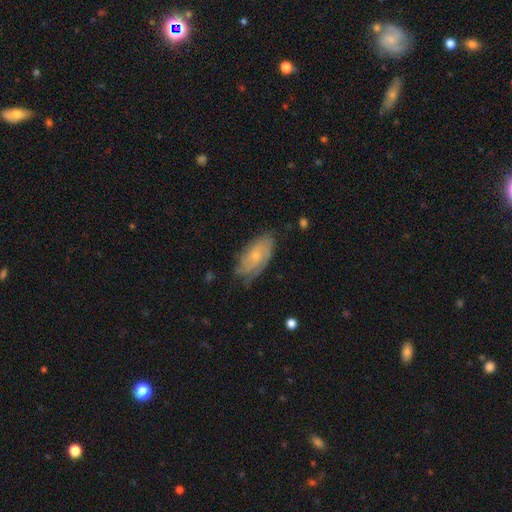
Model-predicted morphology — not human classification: A featured or disk galaxy (60%) with no bar (77%), spiral arms (86%) and a small central bulge (68%).

Vote fractions:
- Smooth or featured? featured or disk: 60% / smooth: 34% / star or artifact: 7%
- Edge-on disk? no: 92% / yes: 8%
- Bar? no: 77% / weak: 20% / strong: 3%
- Spiral arms? yes: 86% / no: 14%
- Bulge size? small: 68% / moderate: 26% / none: 4% / large: 1% / dominant: 1%
- Merging? none: 67% / minor disturbance: 25% / major disturbance: 7% / merger: 1%